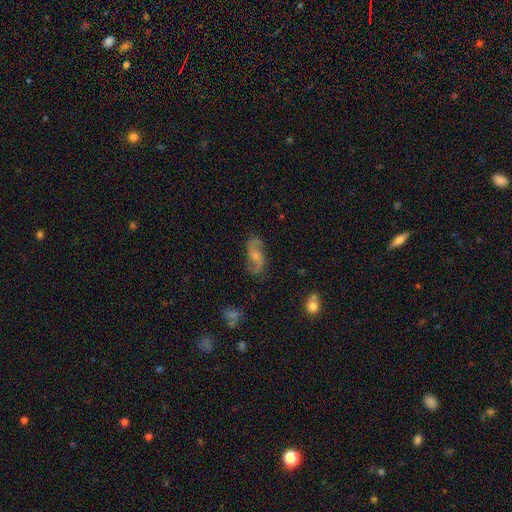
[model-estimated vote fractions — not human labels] Morphology: type=featured or disk (79%); edge-on=no (96%); bar=no (54%); spiral arms=yes (94%); winding=loose (61%); arm count=2 (92%); bulge=small (45%); merging=none (77%).